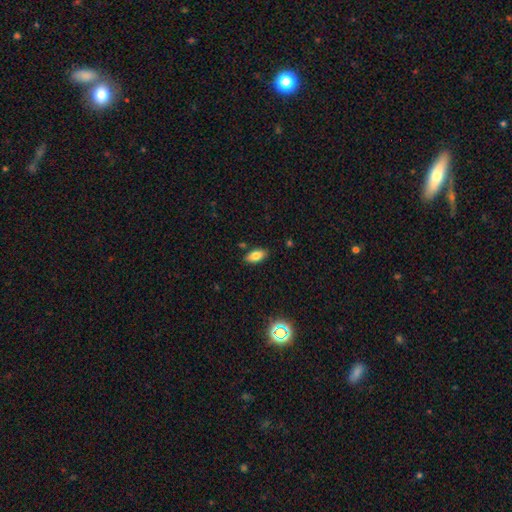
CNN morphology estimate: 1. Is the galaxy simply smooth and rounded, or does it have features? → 81% smooth, 10% featured or disk, 9% star or artifact.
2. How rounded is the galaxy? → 90% in between, 6% cigar-shaped, 3% round.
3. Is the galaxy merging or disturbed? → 84% none, 11% minor disturbance, 3% merger, 2% major disturbance.